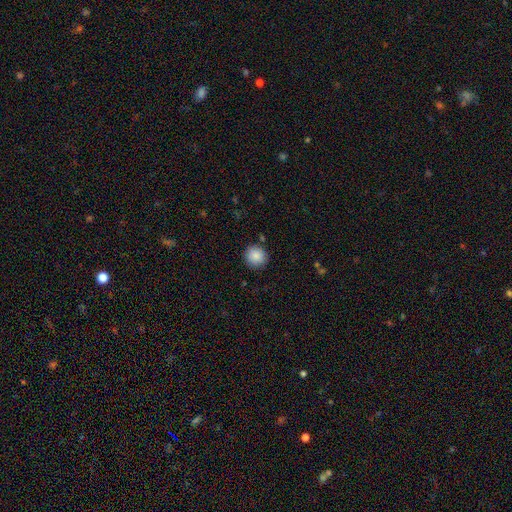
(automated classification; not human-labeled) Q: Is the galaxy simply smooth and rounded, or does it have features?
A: smooth — 88%.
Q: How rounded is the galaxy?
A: round — 92%.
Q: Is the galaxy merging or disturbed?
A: none — 88%.